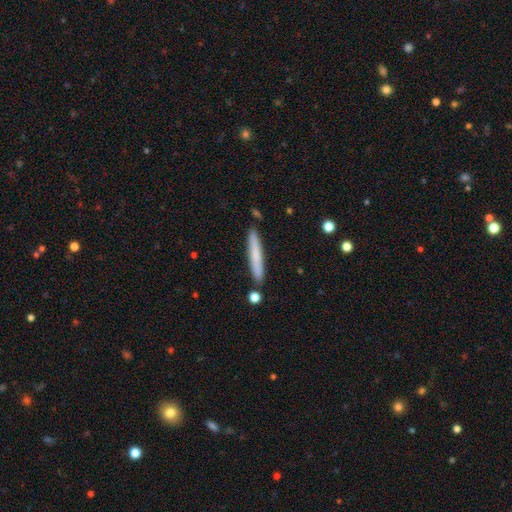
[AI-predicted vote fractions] Smooth or featured? Predicted: smooth (p=0.69). How rounded? Predicted: cigar-shaped (p=0.95). Merging? Predicted: none (p=0.86).